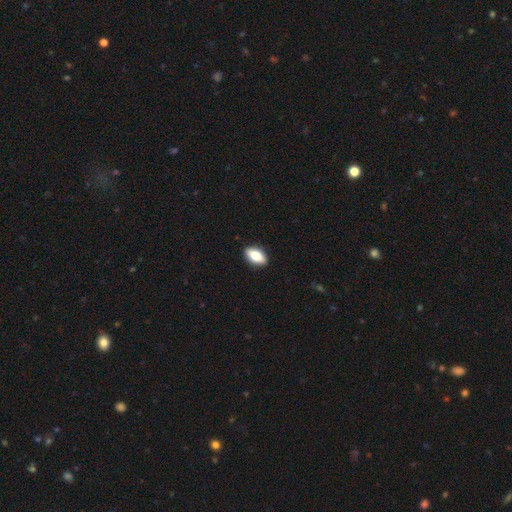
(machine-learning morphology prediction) Q: Smooth or featured?
A: smooth (72%); runner-up: featured or disk (21%)
Q: How rounded?
A: in between (88%); runner-up: cigar-shaped (7%)
Q: Merging?
A: none (89%); runner-up: minor disturbance (8%)